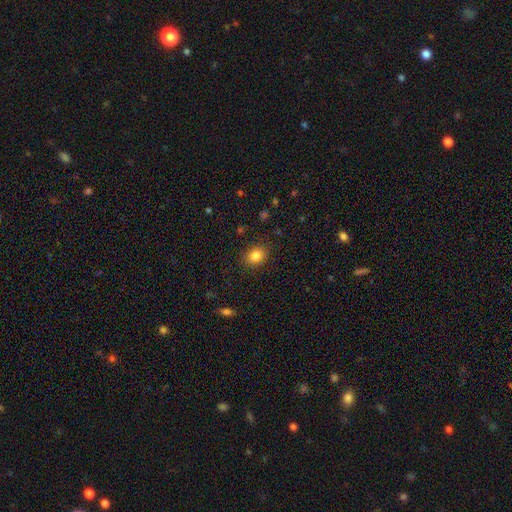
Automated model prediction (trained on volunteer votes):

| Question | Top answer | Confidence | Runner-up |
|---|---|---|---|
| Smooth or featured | smooth | 84% | star or artifact (10%) |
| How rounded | round | 51% | in between (48%) |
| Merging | none | 87% | minor disturbance (9%) |